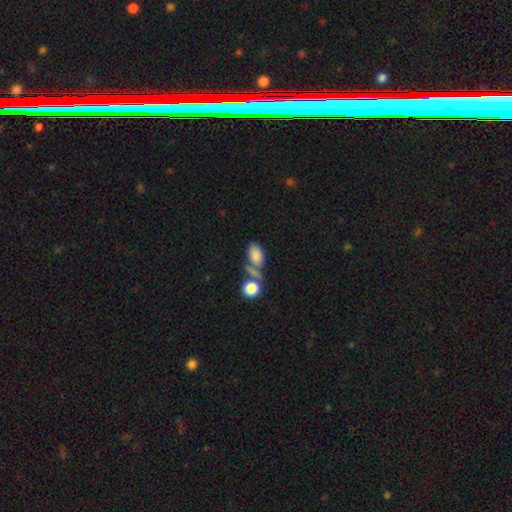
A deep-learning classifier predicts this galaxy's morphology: smooth-or-featured: smooth: 81% | star or artifact: 10% | featured or disk: 9%
  how-rounded: in between: 87% | round: 11% | cigar-shaped: 3%
  merging: none: 45% | merger: 32% | minor disturbance: 15% | major disturbance: 8%